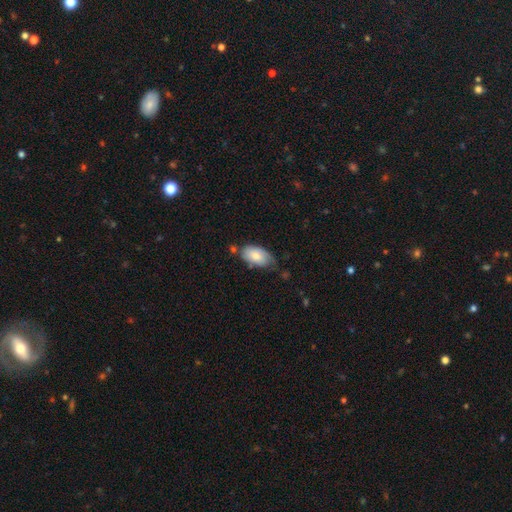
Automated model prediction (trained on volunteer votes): The model was most divided on "merging": none: 56%, minor disturbance: 30%, merger: 7%, major disturbance: 7%. More confident: how rounded — in between (94%); smooth or featured — smooth (77%).